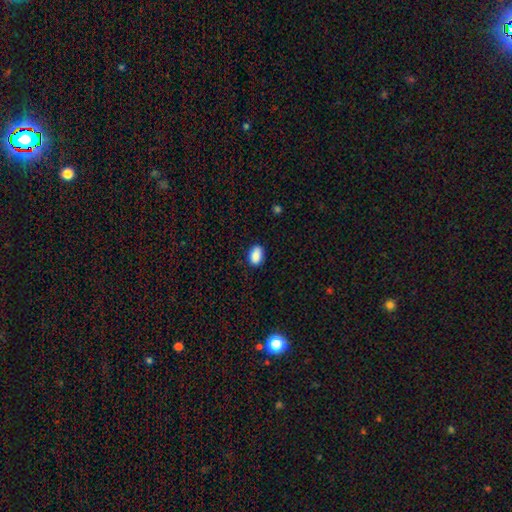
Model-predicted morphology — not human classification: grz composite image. It shows a smooth galaxy with no disk features (88%) that is in between round and cigar-shaped (88%). Merging: none (82%).